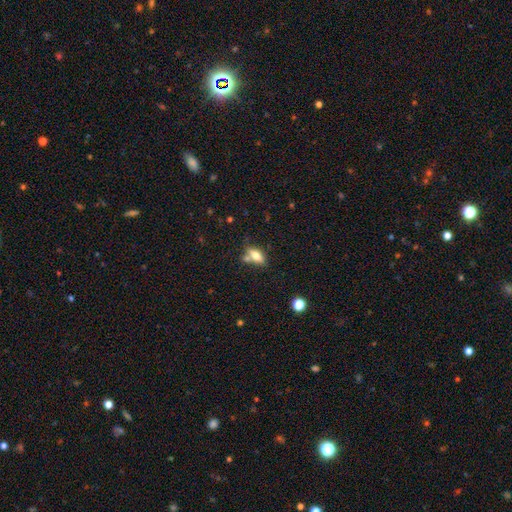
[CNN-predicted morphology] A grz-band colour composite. It shows a smooth galaxy with no disk features (67%) that is in between round and cigar-shaped (76%). Merging: none (56%).